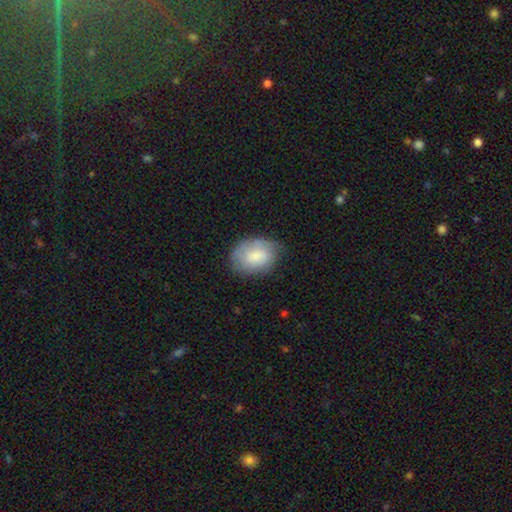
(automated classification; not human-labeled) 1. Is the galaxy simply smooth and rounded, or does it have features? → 69% smooth, 24% featured or disk, 7% star or artifact.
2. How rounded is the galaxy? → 73% in between, 26% round, 1% cigar-shaped.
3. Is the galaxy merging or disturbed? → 65% none, 26% minor disturbance, 8% major disturbance, 1% merger.